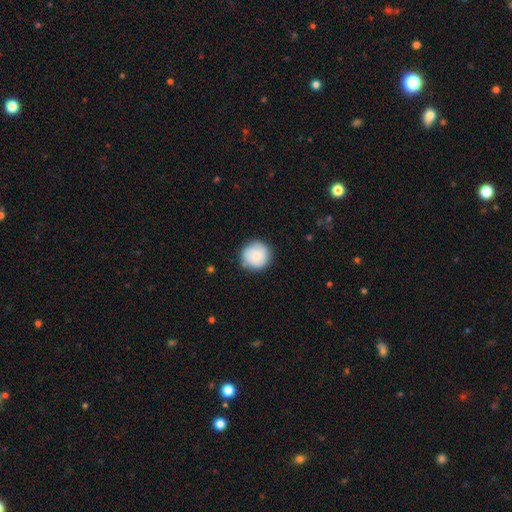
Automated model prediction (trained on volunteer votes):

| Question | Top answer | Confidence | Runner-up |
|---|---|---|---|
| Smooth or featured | smooth | 83% | featured or disk (10%) |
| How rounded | round | 93% | in between (6%) |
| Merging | none | 85% | minor disturbance (11%) |